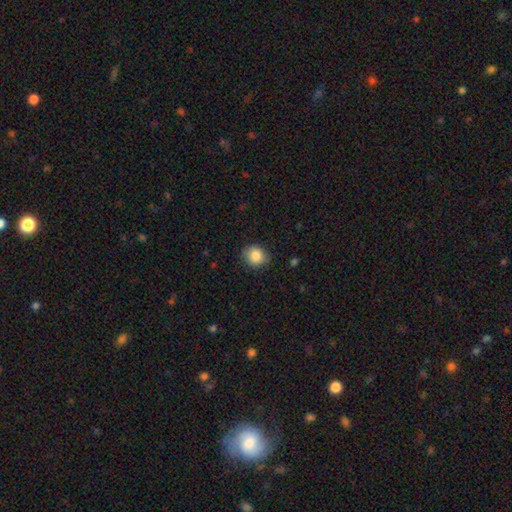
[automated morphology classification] A smooth galaxy with no disk features (87%) that is round (74%). Merging: none (85%).